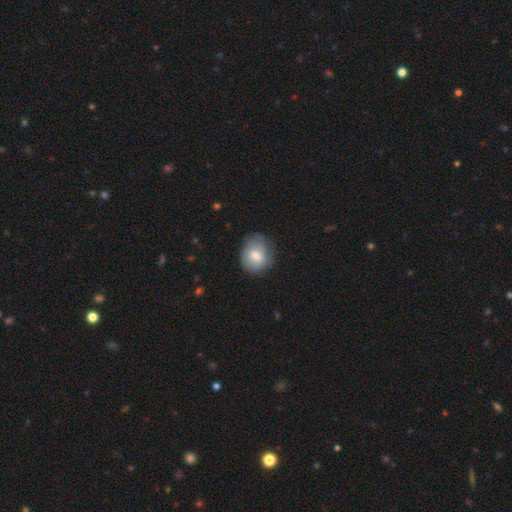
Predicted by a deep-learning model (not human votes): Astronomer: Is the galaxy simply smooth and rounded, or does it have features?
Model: smooth — 72%.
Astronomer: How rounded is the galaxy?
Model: round — 62%.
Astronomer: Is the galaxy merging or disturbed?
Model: none — 71%.